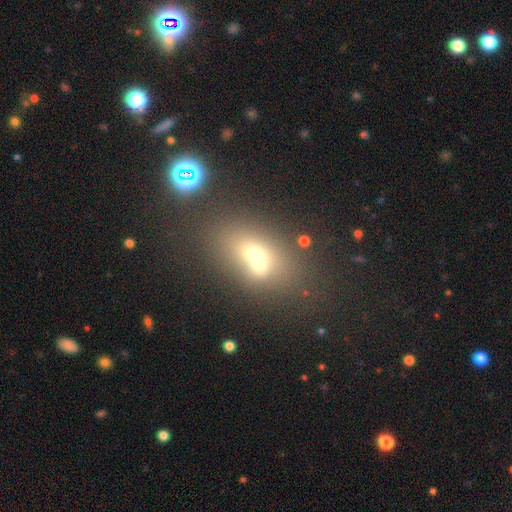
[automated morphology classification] smooth_or_featured: smooth (p=0.53) [alt: featured or disk p=0.27]
how_rounded: in between (p=0.64) [alt: round p=0.31]
merging: merger (p=0.50) [alt: none p=0.35]